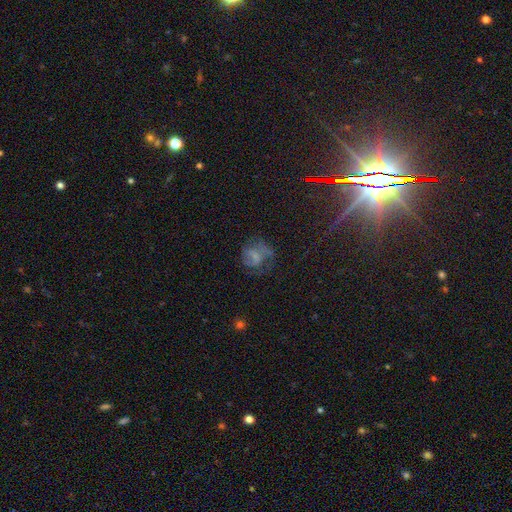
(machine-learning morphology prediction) This is marginally a smooth galaxy (42%). Merging: marginally none (41%).